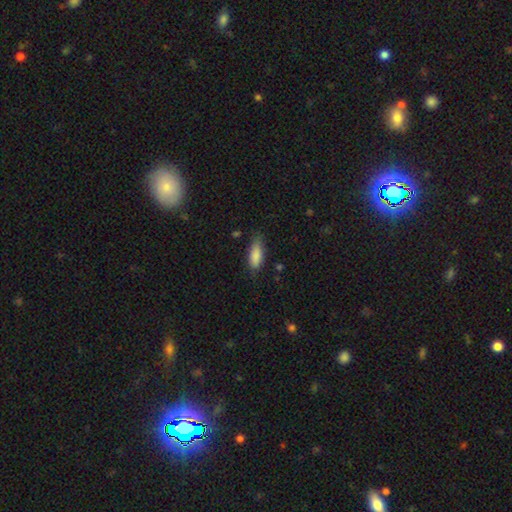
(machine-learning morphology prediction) smooth-or-featured: smooth: 86% | star or artifact: 7% | featured or disk: 7%
  how-rounded: in between: 73% | cigar-shaped: 25% | round: 2%
  merging: none: 67% | minor disturbance: 26% | major disturbance: 5% | merger: 2%